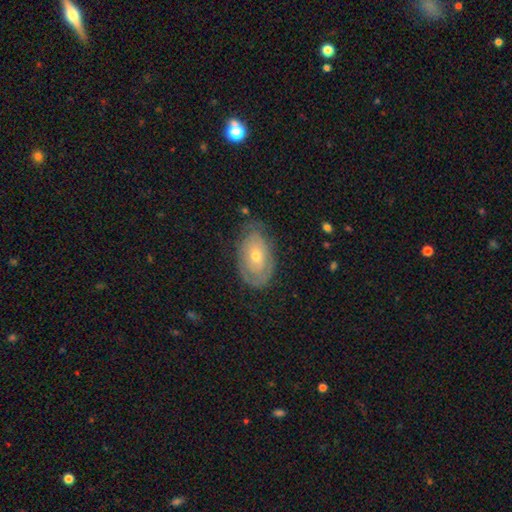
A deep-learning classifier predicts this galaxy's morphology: The model was most divided on "bulge size": small: 50%, moderate: 47%, large: 2%, none: 1%, dominant: 1%. More confident: edge-on disk — no (93%); bar — no (82%); merging — none (70%); smooth or featured — featured or disk (63%); spiral arms — yes (61%).